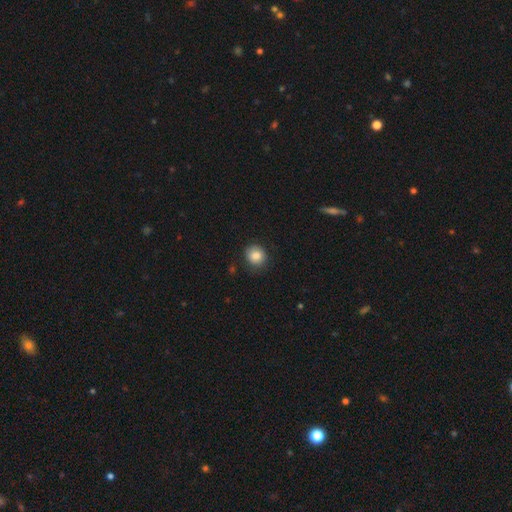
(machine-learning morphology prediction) Smooth or featured? Predicted: smooth (p=0.86). How rounded? Predicted: round (p=0.82). Merging? Predicted: none (p=0.82).